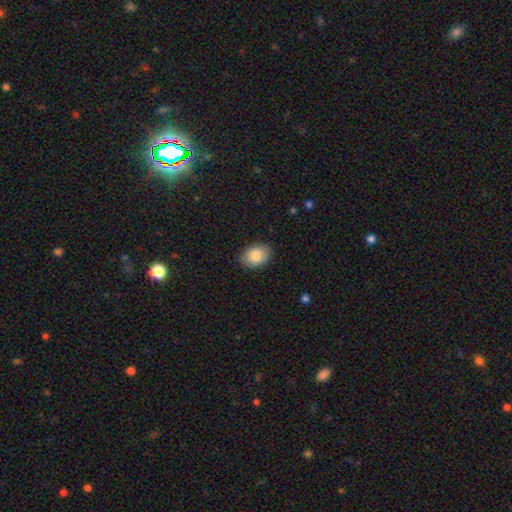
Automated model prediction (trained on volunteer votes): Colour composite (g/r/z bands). It shows a smooth galaxy with no disk features (84%) that is in between round and cigar-shaped (78%). Merging: none (87%).